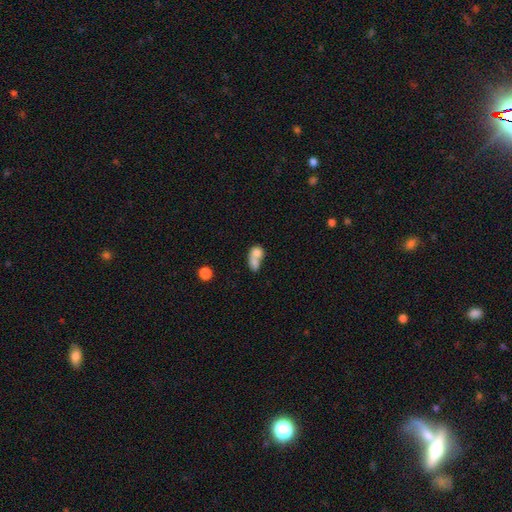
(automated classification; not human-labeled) Smooth or featured: smooth — 74% (featured or disk — 18%)
How rounded: in between — 56% (round — 42%)
Merging: merger — 70% (none — 18%)